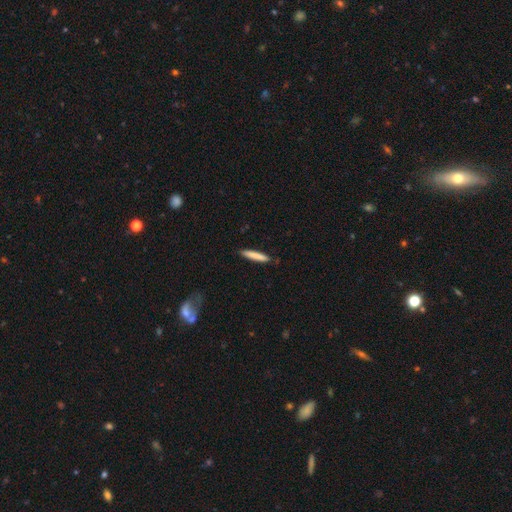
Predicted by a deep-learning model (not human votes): The model was most divided on "smooth or featured": smooth: 81%, featured or disk: 13%, star or artifact: 6%. More confident: how rounded — cigar-shaped (93%); merging — none (88%).